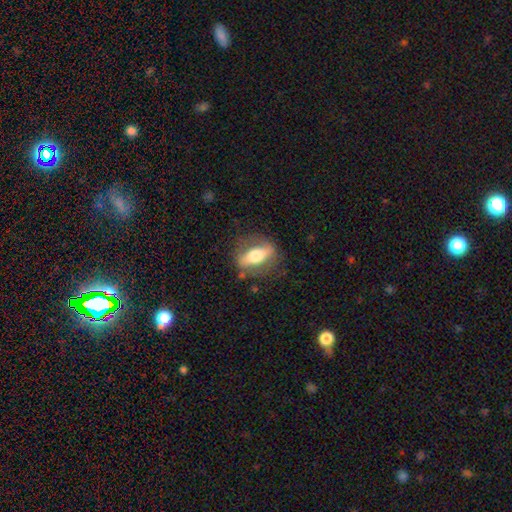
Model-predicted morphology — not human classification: Q: Smooth or featured?
A: featured or disk (53%); runner-up: smooth (40%)
Q: Edge-on disk?
A: yes (54%); runner-up: no (46%)
Q: Merging?
A: none (75%); runner-up: minor disturbance (15%)